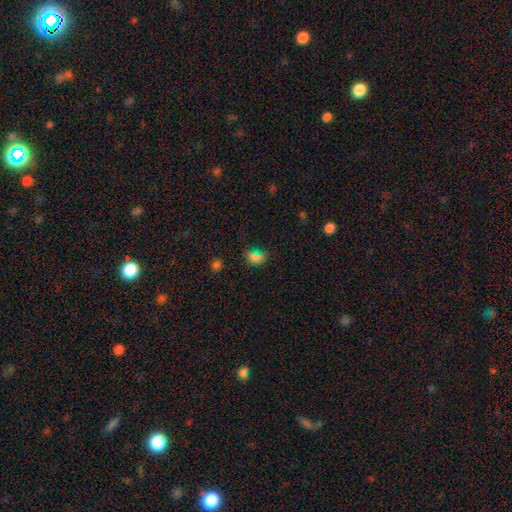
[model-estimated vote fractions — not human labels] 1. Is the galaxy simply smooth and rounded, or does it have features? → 67% smooth, 25% star or artifact, 8% featured or disk.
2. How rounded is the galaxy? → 51% round, 46% in between, 3% cigar-shaped.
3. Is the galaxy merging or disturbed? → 73% none, 17% minor disturbance, 6% major disturbance, 4% merger.